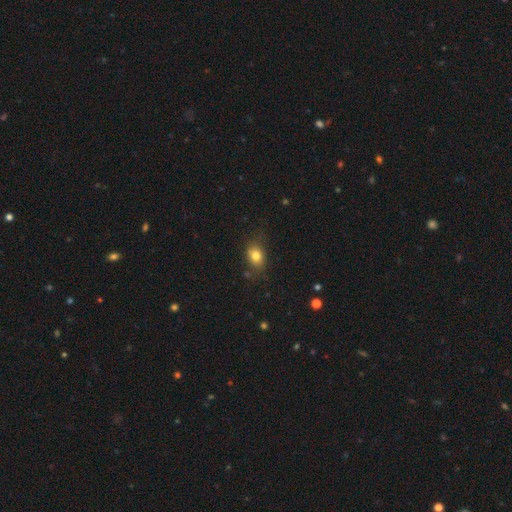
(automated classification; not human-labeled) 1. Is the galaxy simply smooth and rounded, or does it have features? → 80% smooth, 11% star or artifact, 9% featured or disk.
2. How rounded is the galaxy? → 61% in between, 37% round, 1% cigar-shaped.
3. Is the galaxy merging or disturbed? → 74% none, 18% minor disturbance, 5% major disturbance, 2% merger.